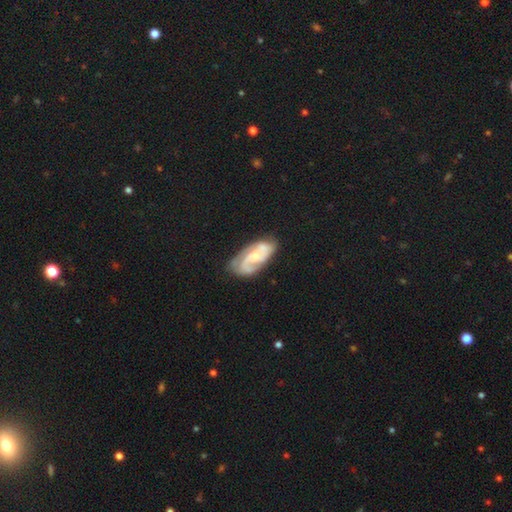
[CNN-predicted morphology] A featured or disk galaxy (81%) with no bar (61%), 2 (61%) medium (44%) spiral arms (94%) and a small central bulge (52%).

Vote fractions:
- Smooth or featured? featured or disk: 81% / smooth: 14% / star or artifact: 5%
- Edge-on disk? no: 96% / yes: 4%
- Bar? no: 61% / weak: 32% / strong: 7%
- Spiral arms? yes: 94% / no: 6%
- Spiral winding? medium: 44% / tight: 42% / loose: 14%
- Spiral arm count? 2: 61% / can't tell: 15% / 3: 15% / 1: 5% / 4: 2% / more than 4: 2%
- Bulge size? small: 52% / moderate: 41% / none: 3% / large: 2% / dominant: 1%
- Merging? none: 64% / minor disturbance: 24% / major disturbance: 9% / merger: 3%